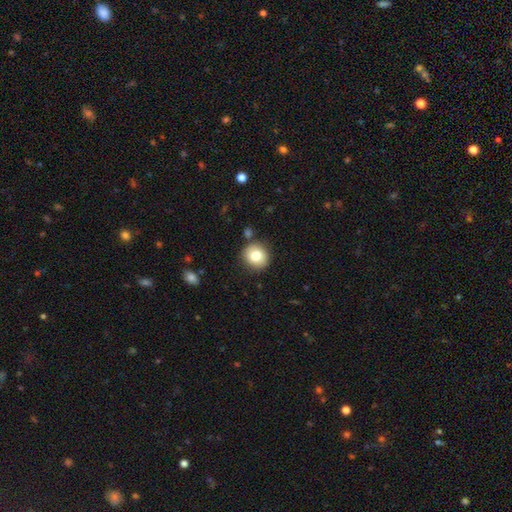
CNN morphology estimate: Smooth or featured? smooth (79%)
How rounded? round (86%)
Merging? none (85%)